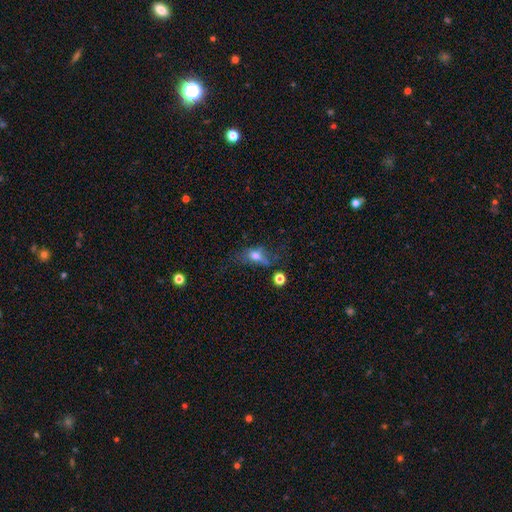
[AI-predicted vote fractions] smooth_or_featured: smooth (p=0.56) [alt: featured or disk p=0.30]
how_rounded: in between (p=0.69) [alt: round p=0.19]
merging: none (p=0.35) [alt: major disturbance p=0.33]